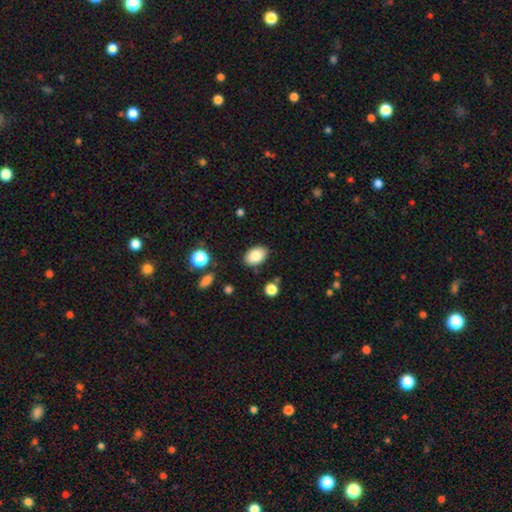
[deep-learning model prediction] smooth 86%, star or artifact 8%, featured or disk 6%. Down the decision tree: how rounded — in between (89%); merging — none (84%).